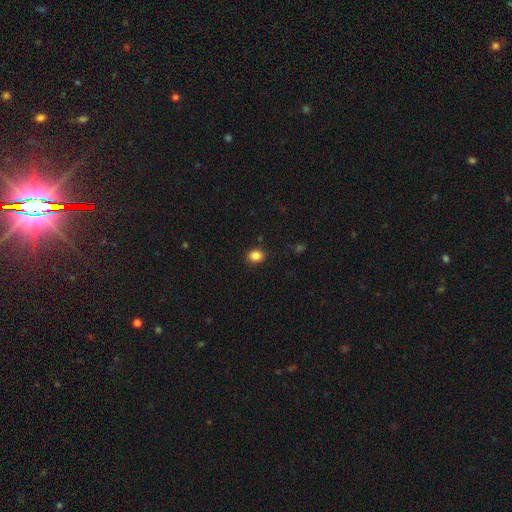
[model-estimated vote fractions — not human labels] Smooth or featured? smooth (87%)
How rounded? round (58%)
Merging? none (89%)